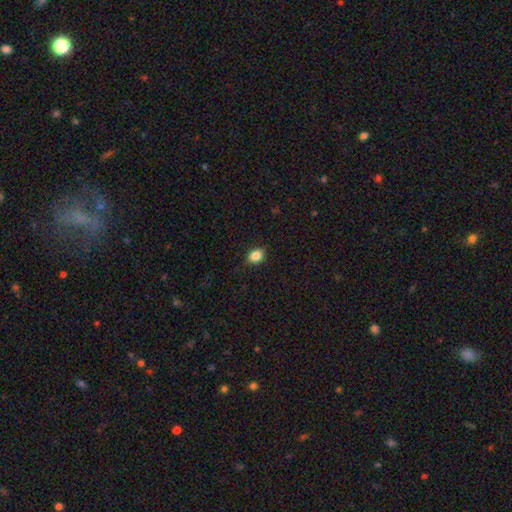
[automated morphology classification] smooth_or_featured: smooth (p=0.86) [alt: star or artifact p=0.10]
how_rounded: in between (p=0.64) [alt: round p=0.35]
merging: none (p=0.89) [alt: minor disturbance p=0.08]